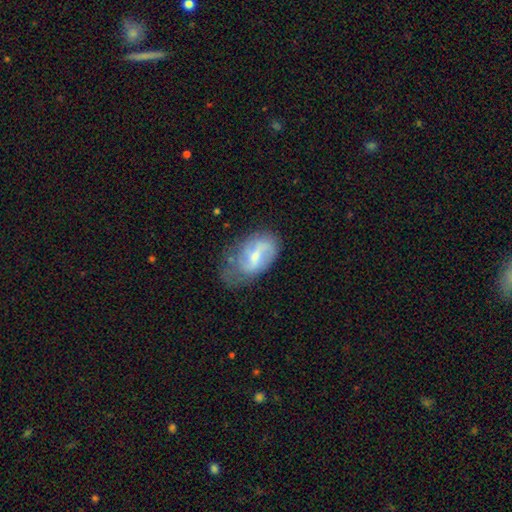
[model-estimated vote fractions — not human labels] Smooth or featured?
  - featured or disk: 66% *
  - smooth: 27%
  - star or artifact: 7%
Edge-on disk?
  - no: 96% *
  - yes: 4%
Bar?
  - weak: 54% *
  - strong: 23%
  - no: 22%
Spiral arms?
  - yes: 81% *
  - no: 19%
Spiral winding?
  - loose: 50% *
  - medium: 35%
  - tight: 15%
Spiral arm count?
  - 2: 68% *
  - can't tell: 16%
  - 1: 11%
  - 3: 3%
  - 4: 1%
  - more than 4: 1%
Bulge size?
  - small: 57% *
  - moderate: 36%
  - none: 4%
  - large: 2%
  - dominant: 1%
Merging?
  - none: 48% *
  - minor disturbance: 32%
  - major disturbance: 18%
  - merger: 2%